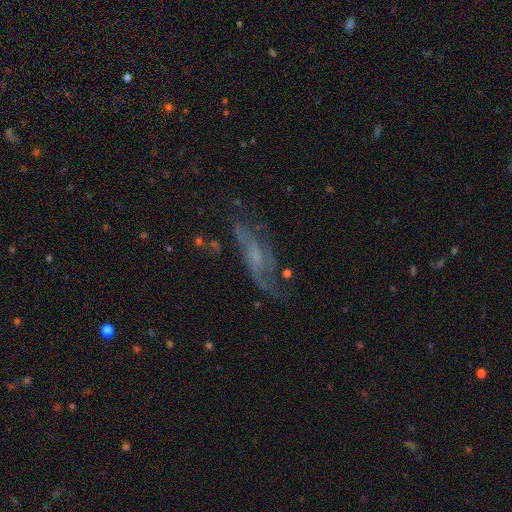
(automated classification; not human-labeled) Smooth or featured: featured or disk — 68% (smooth — 21%)
Edge-on disk: no — 82% (yes — 18%)
Bar: no — 58% (weak — 34%)
Spiral arms: yes — 79% (no — 21%)
Bulge size: small — 45% (none — 29%)
Merging: none — 56% (minor disturbance — 22%)